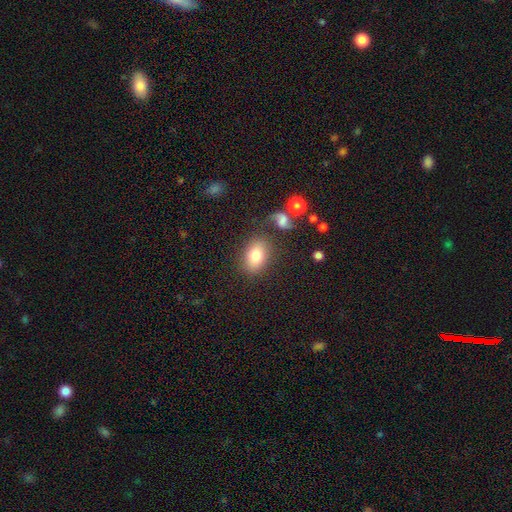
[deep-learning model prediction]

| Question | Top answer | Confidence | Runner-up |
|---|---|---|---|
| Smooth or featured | smooth | 78% | featured or disk (12%) |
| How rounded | in between | 78% | round (21%) |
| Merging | none | 75% | minor disturbance (13%) |